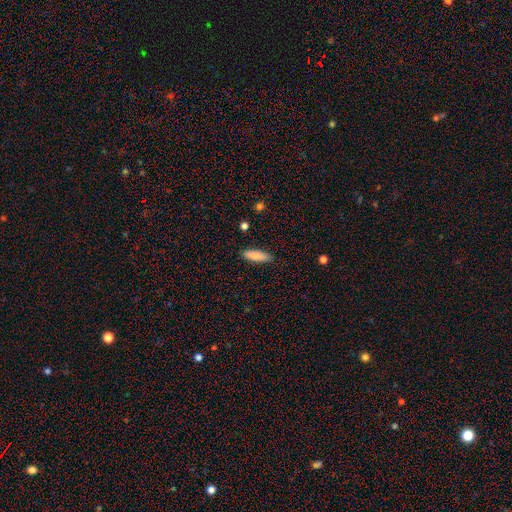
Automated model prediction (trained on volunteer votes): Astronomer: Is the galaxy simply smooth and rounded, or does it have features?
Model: smooth — 84%.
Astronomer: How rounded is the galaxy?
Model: cigar-shaped — 57% (runner-up: in between, 42%).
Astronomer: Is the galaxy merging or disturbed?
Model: none — 88%.